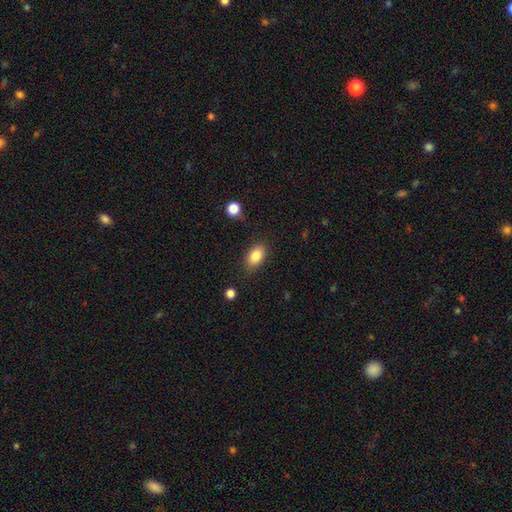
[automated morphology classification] This is clearly a smooth galaxy (86%). How rounded: clearly in between (89%). Merging: clearly none (83%).